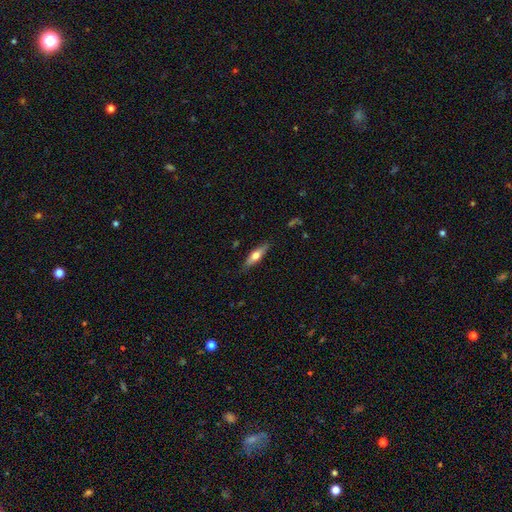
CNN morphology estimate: A smooth galaxy with no disk features (51%) that is cigar-shaped (61%).

Vote fractions:
- Smooth or featured? smooth: 51% / featured or disk: 43% / star or artifact: 6%
- How rounded? cigar-shaped: 61% / in between: 37% / round: 2%
- Merging? none: 83% / minor disturbance: 13% / major disturbance: 3% / merger: 1%